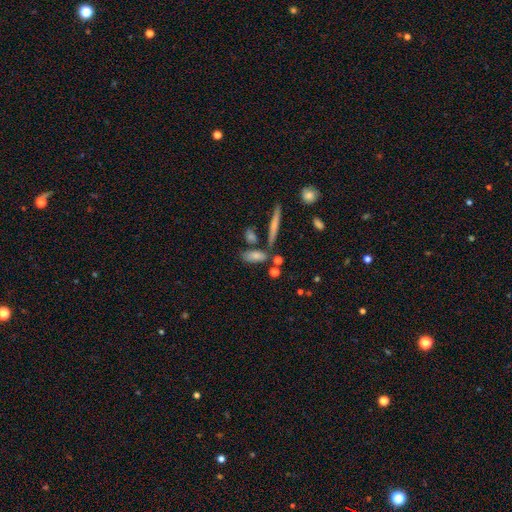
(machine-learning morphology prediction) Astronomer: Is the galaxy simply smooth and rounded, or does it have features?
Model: smooth — 73%.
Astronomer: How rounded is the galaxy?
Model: in between — 69%.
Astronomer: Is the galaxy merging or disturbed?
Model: none — 63%.